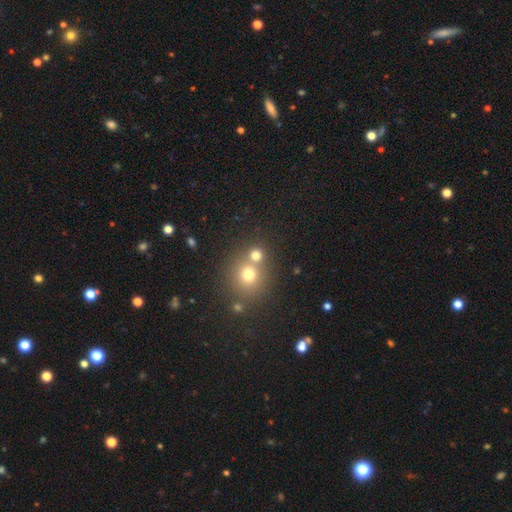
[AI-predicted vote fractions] Overall: smooth (72%). How rounded: round (86%). Merging: none (55%; merger 35%).